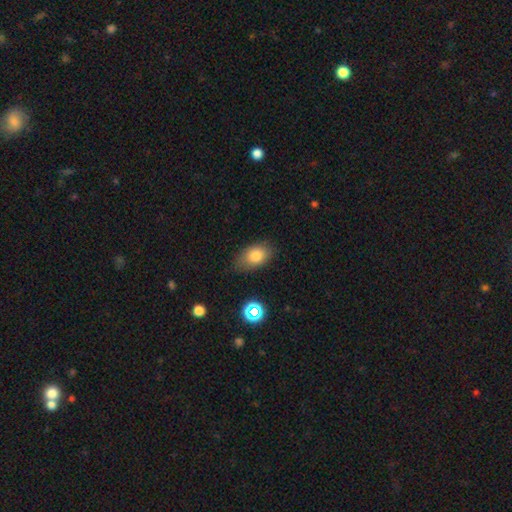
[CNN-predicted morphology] This is clearly a smooth galaxy (81%). How rounded: clearly in between (85%). Merging: likely none (74%).